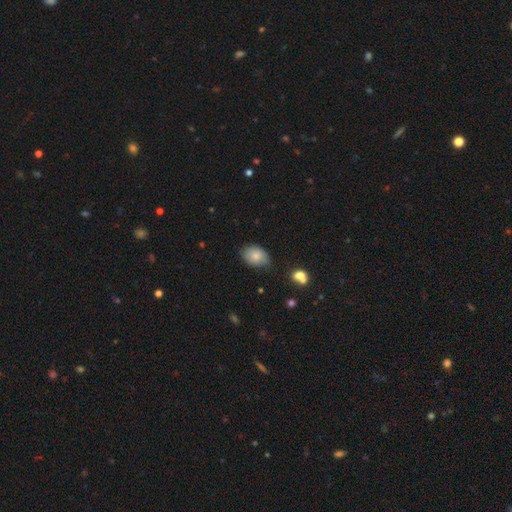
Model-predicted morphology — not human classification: type=smooth (79%); roundness=in between (77%); merging=none (68%).